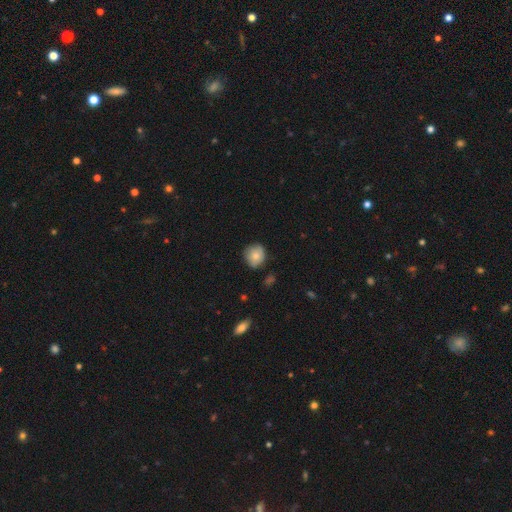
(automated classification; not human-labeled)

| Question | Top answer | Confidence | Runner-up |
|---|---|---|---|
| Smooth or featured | smooth | 78% | featured or disk (14%) |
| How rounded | round | 86% | in between (13%) |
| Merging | none | 74% | minor disturbance (21%) |